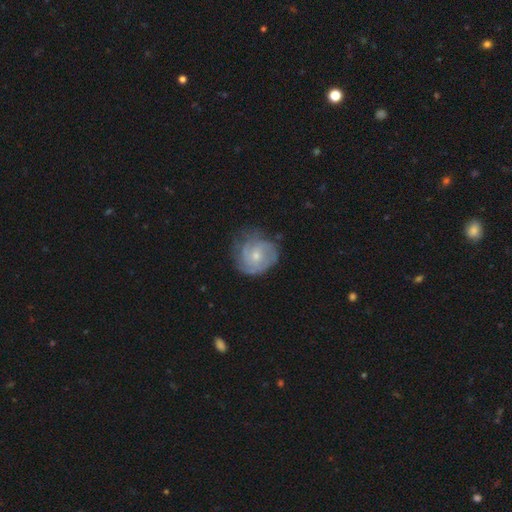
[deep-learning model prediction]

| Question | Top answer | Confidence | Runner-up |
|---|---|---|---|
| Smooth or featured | featured or disk | 76% | smooth (18%) |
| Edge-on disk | no | 98% | yes (2%) |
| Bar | no | 71% | weak (26%) |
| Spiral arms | yes | 92% | no (8%) |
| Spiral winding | tight | 63% | medium (29%) |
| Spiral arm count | can't tell | 35% | 3 (25%) |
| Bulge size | small | 63% | moderate (33%) |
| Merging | none | 65% | minor disturbance (24%) |